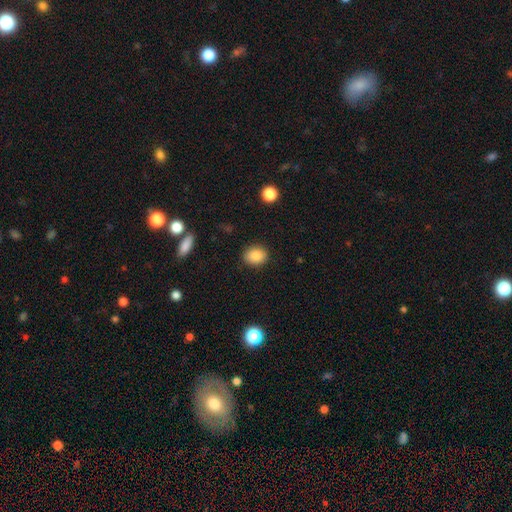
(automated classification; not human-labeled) Overall: smooth (87%). How rounded: round (51%; in between 48%). Merging: none (88%).